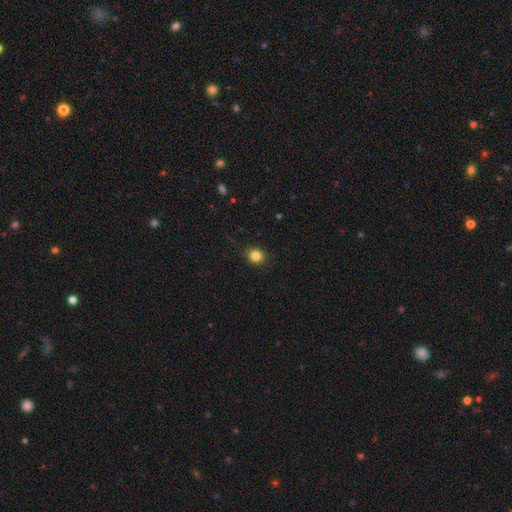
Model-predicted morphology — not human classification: A smooth galaxy with no disk features (84%) that is round (84%).

Vote fractions:
- Smooth or featured? smooth: 84% / star or artifact: 12% / featured or disk: 5%
- How rounded? round: 84% / in between: 15% / cigar-shaped: 1%
- Merging? none: 88% / minor disturbance: 8% / major disturbance: 2% / merger: 1%